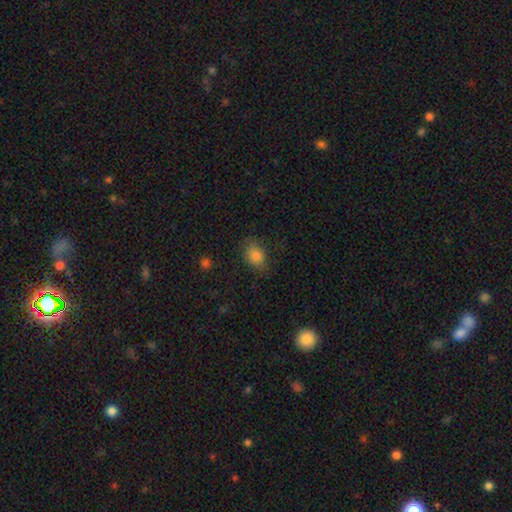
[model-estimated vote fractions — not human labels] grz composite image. It shows a smooth galaxy with no disk features (83%) that is in between round and cigar-shaped (69%). Merging: none (71%).